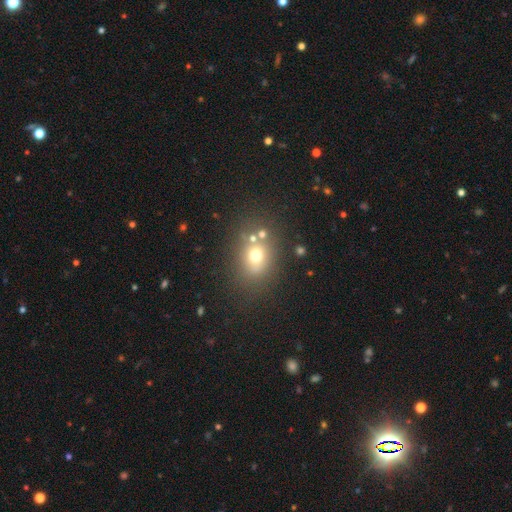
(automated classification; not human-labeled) Q: Smooth or featured?
A: smooth (67%); runner-up: star or artifact (17%)
Q: How rounded?
A: round (57%); runner-up: in between (41%)
Q: Merging?
A: none (65%); runner-up: merger (15%)